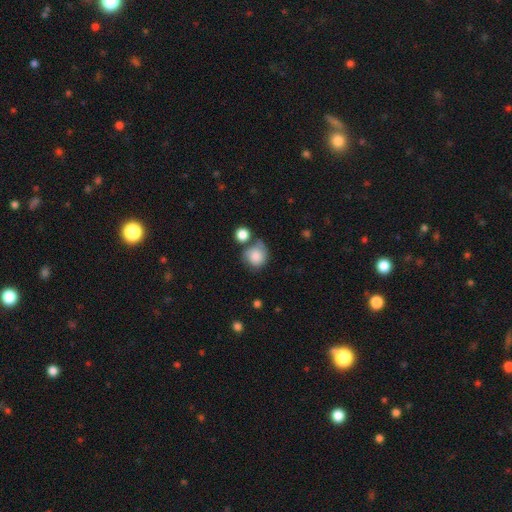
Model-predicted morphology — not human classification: A smooth galaxy with no disk features (75%) that is round (81%). Merging: none (42%).